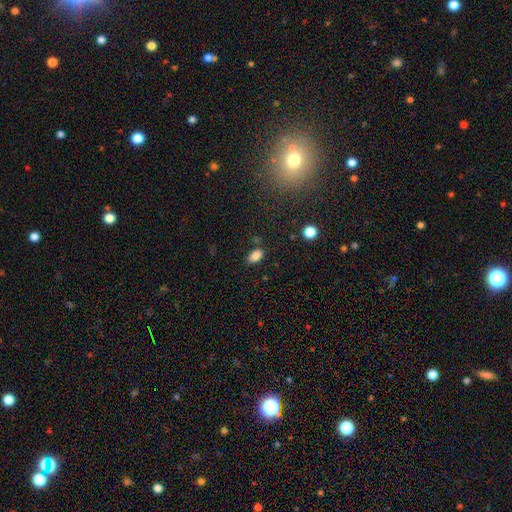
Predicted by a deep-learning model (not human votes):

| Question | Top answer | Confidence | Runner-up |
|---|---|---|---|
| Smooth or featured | smooth | 85% | star or artifact (10%) |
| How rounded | in between | 89% | round (9%) |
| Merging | none | 75% | minor disturbance (16%) |